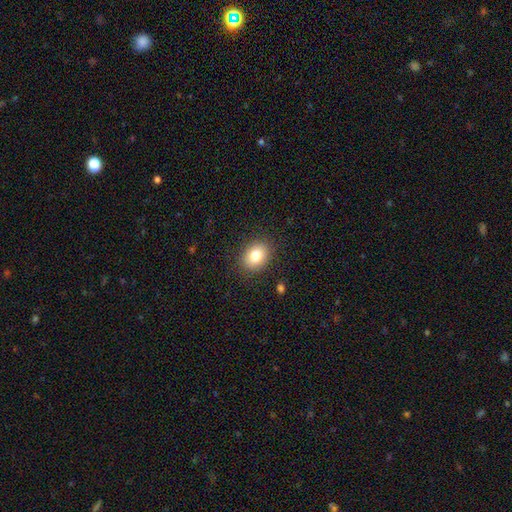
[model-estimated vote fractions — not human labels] Q: Smooth or featured?
A: smooth (80%); runner-up: featured or disk (10%)
Q: How rounded?
A: in between (56%); runner-up: round (43%)
Q: Merging?
A: none (87%); runner-up: minor disturbance (9%)